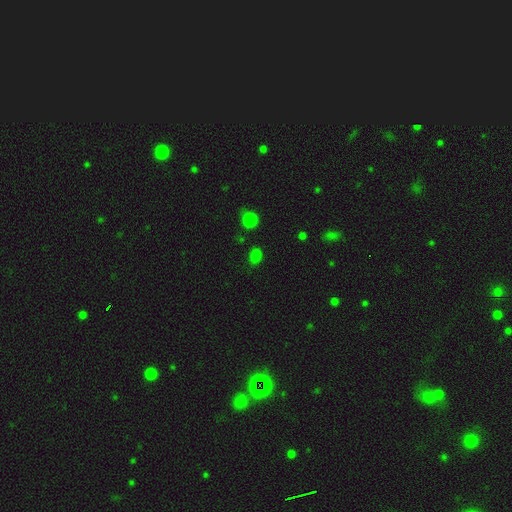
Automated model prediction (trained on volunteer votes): Q: Smooth or featured?
A: smooth (75%); runner-up: star or artifact (21%)
Q: How rounded?
A: in between (65%); runner-up: round (33%)
Q: Merging?
A: none (80%); runner-up: minor disturbance (13%)